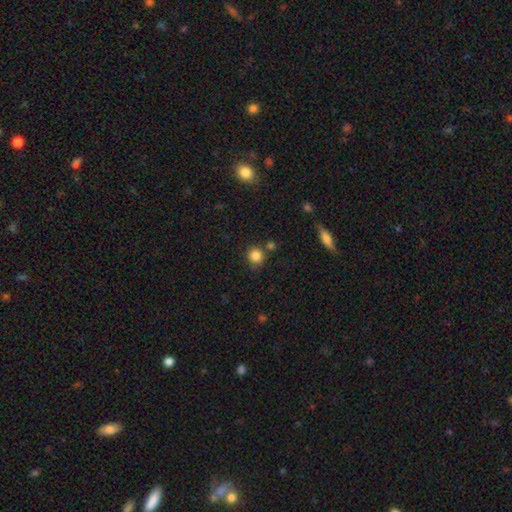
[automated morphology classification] This is clearly a smooth galaxy (84%). How rounded: clearly round (90%). Merging: likely none (76%).